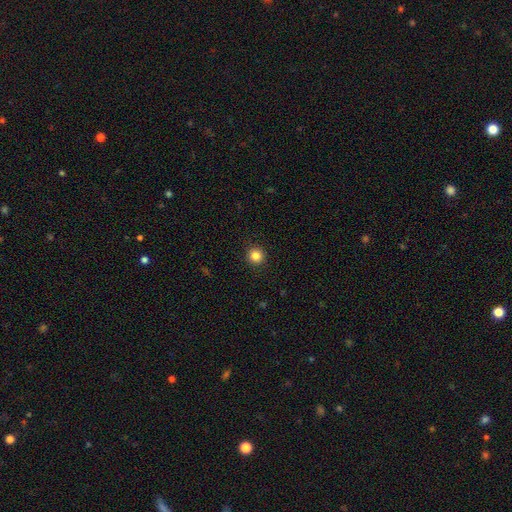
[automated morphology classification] Smooth or featured? Predicted: smooth (p=0.84). How rounded? Predicted: round (p=0.94). Merging? Predicted: none (p=0.93).